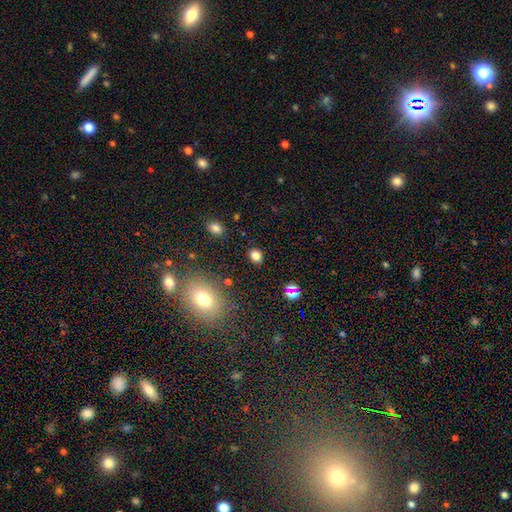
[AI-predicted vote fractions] Smooth or featured? Predicted: smooth (p=0.80). How rounded? Predicted: round (p=0.55). Merging? Predicted: none (p=0.87).